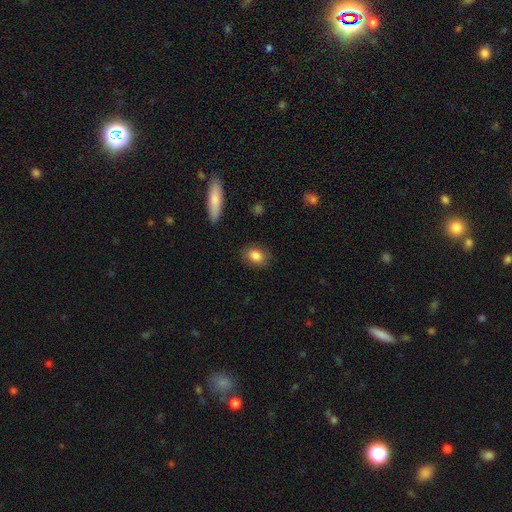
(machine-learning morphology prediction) This is clearly a smooth galaxy (85%). How rounded: likely in between (73%). Merging: clearly none (84%).